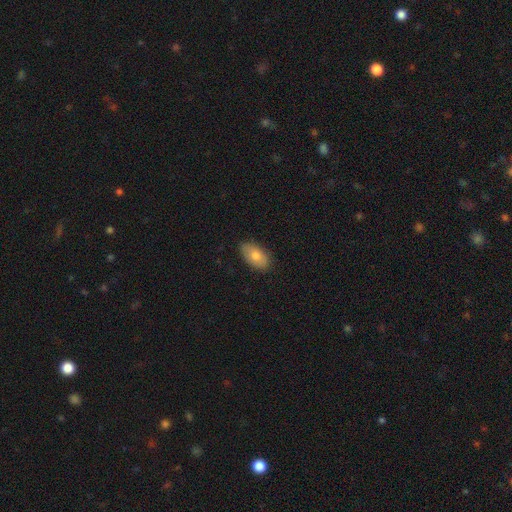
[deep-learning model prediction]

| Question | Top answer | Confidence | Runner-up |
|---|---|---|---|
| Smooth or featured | smooth | 76% | featured or disk (17%) |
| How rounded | in between | 93% | round (5%) |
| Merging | none | 82% | minor disturbance (15%) |